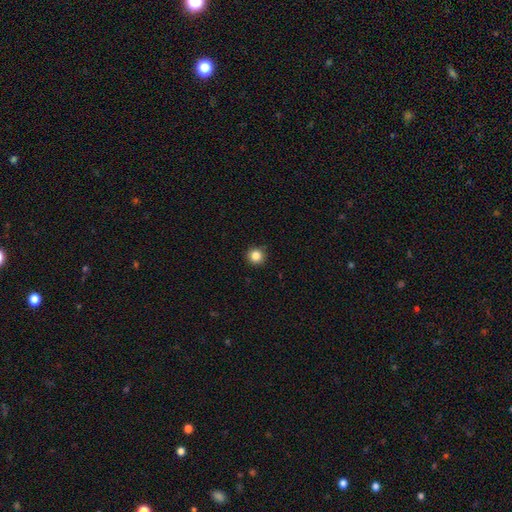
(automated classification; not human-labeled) This is clearly a smooth galaxy (84%). How rounded: clearly round (95%). Merging: clearly none (92%).